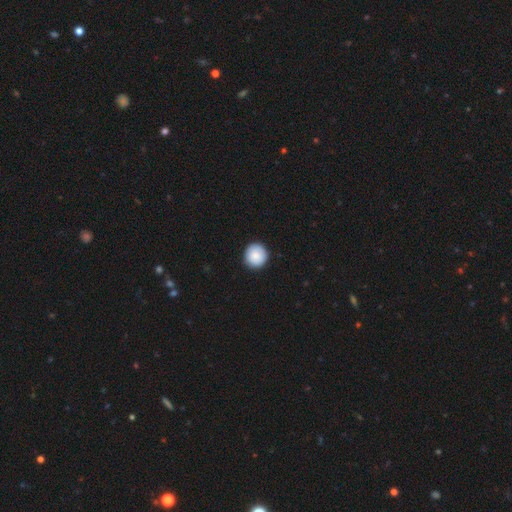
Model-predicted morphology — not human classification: smooth-or-featured: smooth: 86% | star or artifact: 7% | featured or disk: 7%
  how-rounded: round: 95% | in between: 4% | cigar-shaped: 1%
  merging: none: 92% | minor disturbance: 6% | major disturbance: 1% | merger: 1%